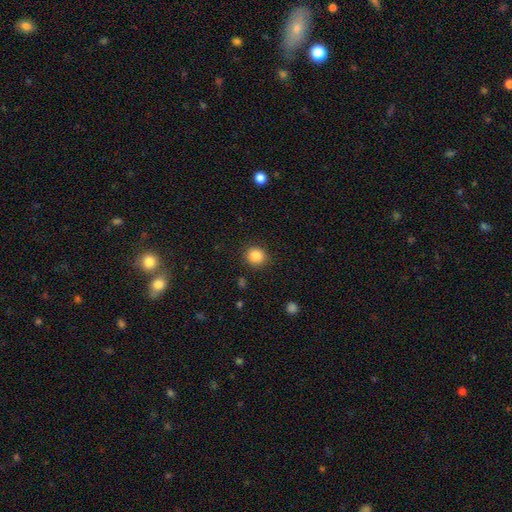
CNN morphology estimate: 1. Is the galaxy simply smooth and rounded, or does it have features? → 86% smooth, 10% star or artifact, 4% featured or disk.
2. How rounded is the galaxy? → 88% round, 11% in between, 1% cigar-shaped.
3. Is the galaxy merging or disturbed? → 89% none, 7% minor disturbance, 3% major disturbance, 1% merger.